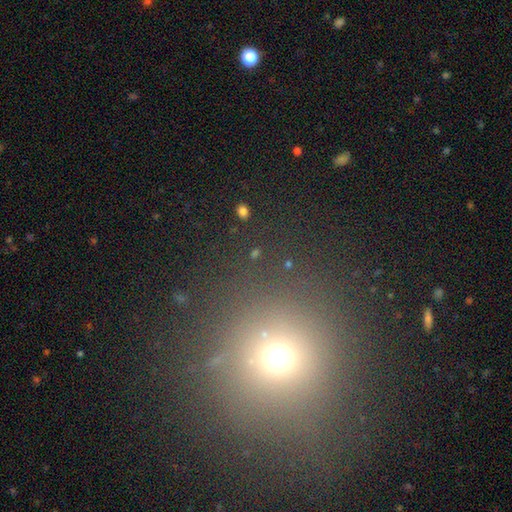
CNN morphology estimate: Smooth or featured? Predicted: smooth (p=0.52). How rounded? Predicted: round (p=0.92). Merging? Predicted: none (p=0.85).